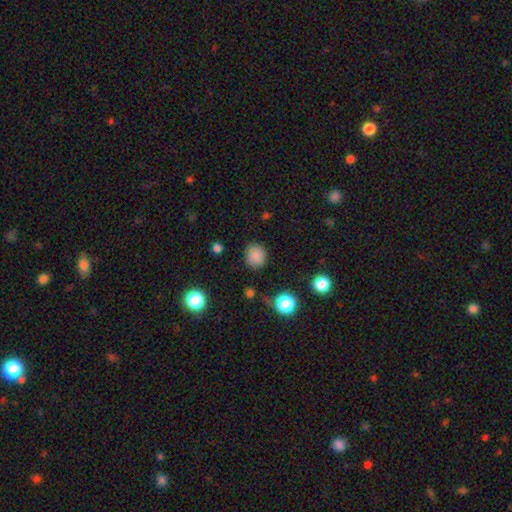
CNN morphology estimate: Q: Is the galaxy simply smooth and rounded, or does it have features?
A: smooth — 84%.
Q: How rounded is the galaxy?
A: round — 83%.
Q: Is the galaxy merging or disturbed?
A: none — 86%.